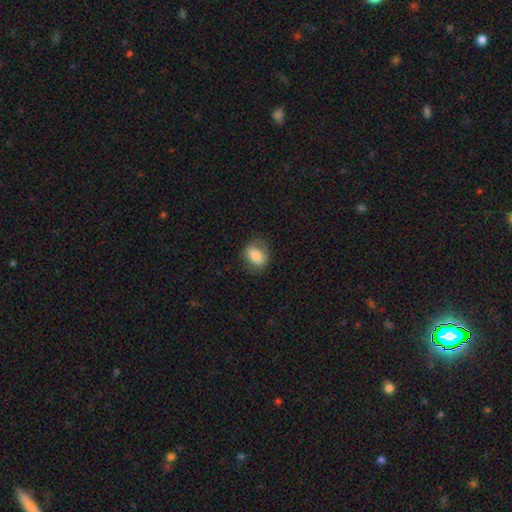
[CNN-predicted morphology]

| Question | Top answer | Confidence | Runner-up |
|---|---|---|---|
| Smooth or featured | smooth | 77% | featured or disk (15%) |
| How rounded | in between | 68% | round (31%) |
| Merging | none | 75% | minor disturbance (17%) |